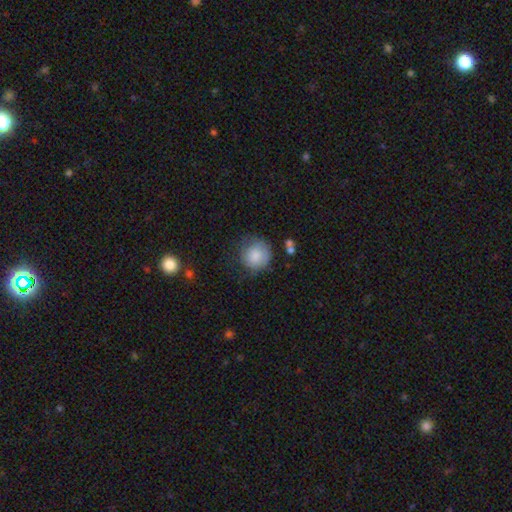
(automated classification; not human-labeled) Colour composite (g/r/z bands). It shows a smooth galaxy with no disk features (82%) that is round (90%). Merging: none (57%).